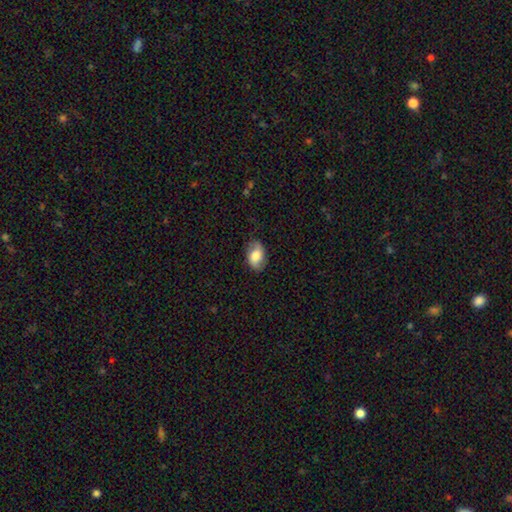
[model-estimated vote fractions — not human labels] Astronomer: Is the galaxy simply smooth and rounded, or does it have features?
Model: smooth — 65%.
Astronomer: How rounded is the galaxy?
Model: in between — 88%.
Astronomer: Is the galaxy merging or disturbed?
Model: none — 80%.